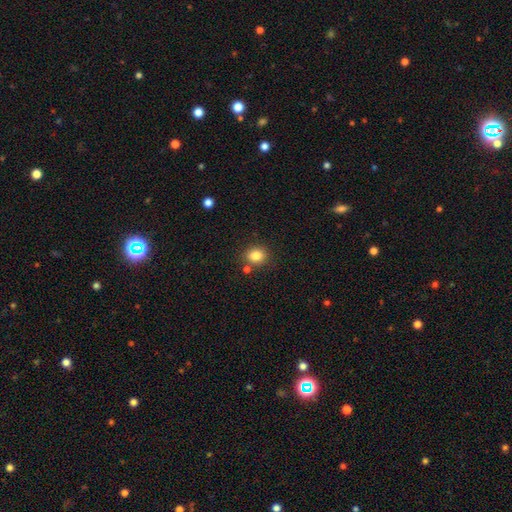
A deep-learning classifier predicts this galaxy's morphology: Smooth or featured: smooth — 83% (star or artifact — 10%)
How rounded: round — 62% (in between — 37%)
Merging: none — 78% (minor disturbance — 10%)